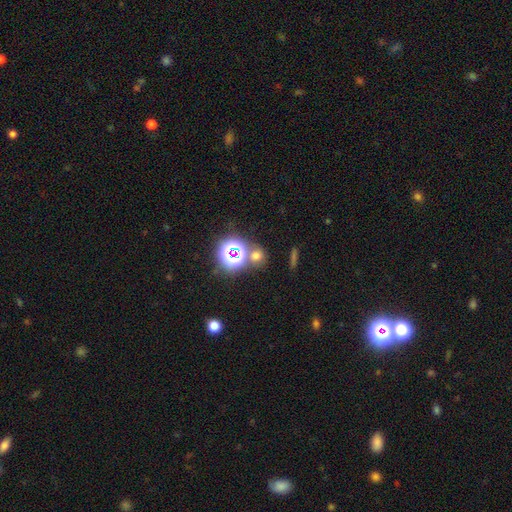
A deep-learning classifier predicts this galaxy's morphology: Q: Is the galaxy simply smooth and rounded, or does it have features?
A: smooth — 55%.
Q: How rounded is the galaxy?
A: round — 80%.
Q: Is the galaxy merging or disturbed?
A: none — 69%.